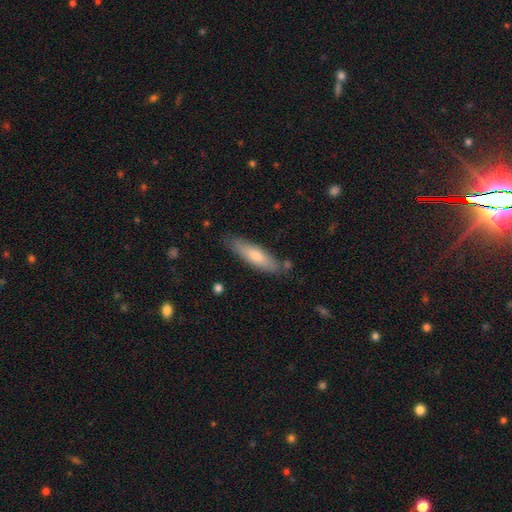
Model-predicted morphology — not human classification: This appears to be a smooth galaxy with no disk features (68%) that is cigar-shaped (65%). Merging: none (79%).